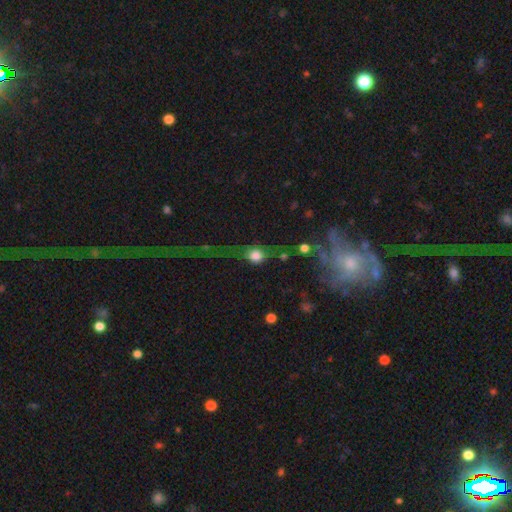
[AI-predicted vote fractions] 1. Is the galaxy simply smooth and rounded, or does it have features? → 61% smooth, 26% featured or disk, 13% star or artifact.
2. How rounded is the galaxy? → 70% round, 24% in between, 6% cigar-shaped.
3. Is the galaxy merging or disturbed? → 47% none, 23% major disturbance, 18% minor disturbance, 11% merger.